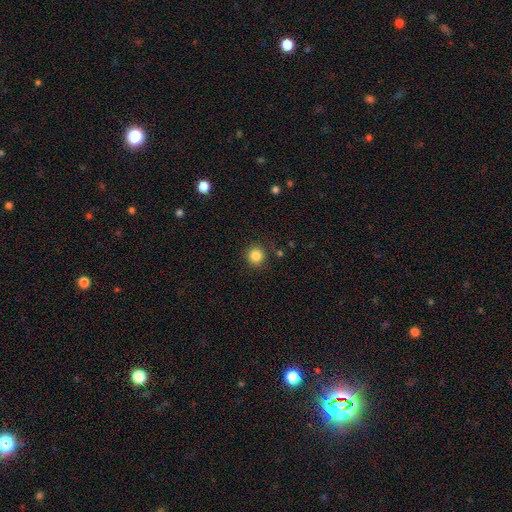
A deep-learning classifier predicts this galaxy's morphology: Smooth or featured: smooth — 84% (star or artifact — 11%)
How rounded: round — 93% (in between — 6%)
Merging: none — 88% (minor disturbance — 7%)